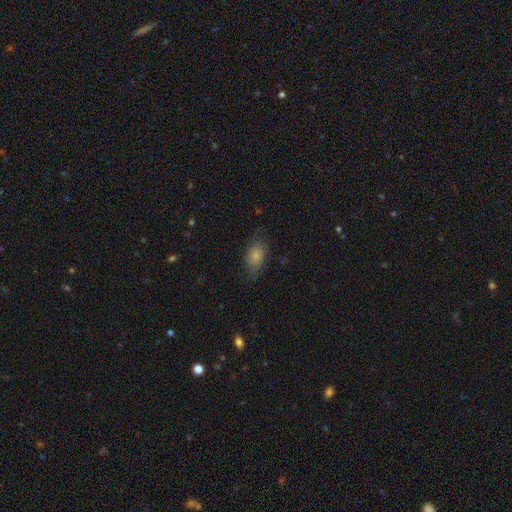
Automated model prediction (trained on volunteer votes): Morphology: type=smooth (79%); roundness=in between (88%); merging=none (67%).